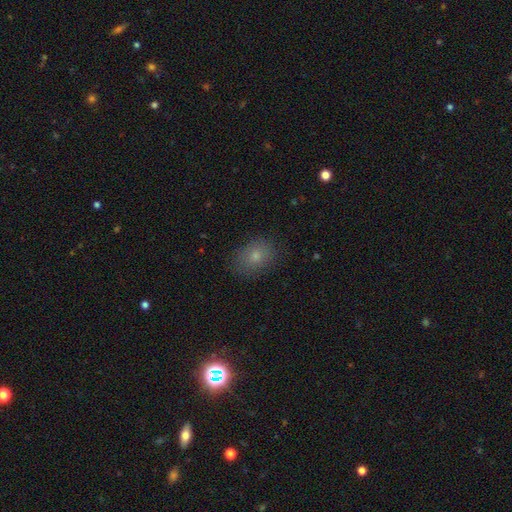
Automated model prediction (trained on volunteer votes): Smooth or featured: smooth — 76% (star or artifact — 13%)
How rounded: in between — 64% (round — 35%)
Merging: none — 82% (minor disturbance — 13%)